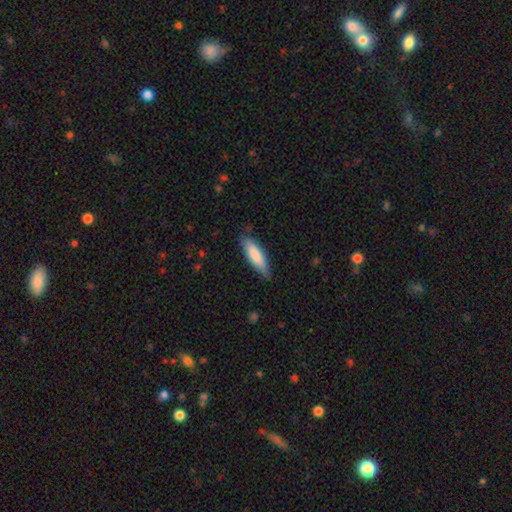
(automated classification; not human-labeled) Smooth or featured? smooth (81%)
How rounded? cigar-shaped (59%)
Merging? none (78%)